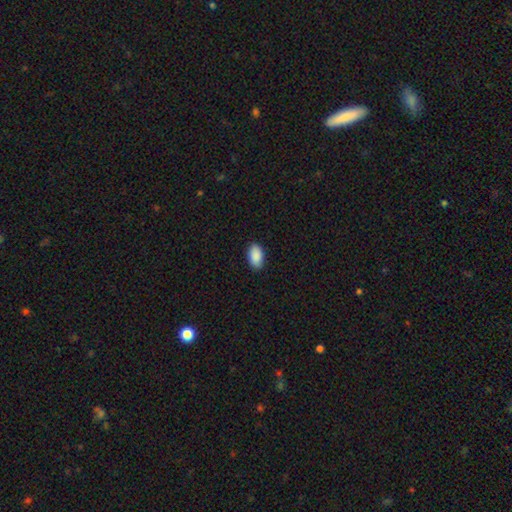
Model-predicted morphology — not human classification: This appears to be a smooth galaxy with no disk features (91%) that is in between round and cigar-shaped (94%). Merging: none (89%).